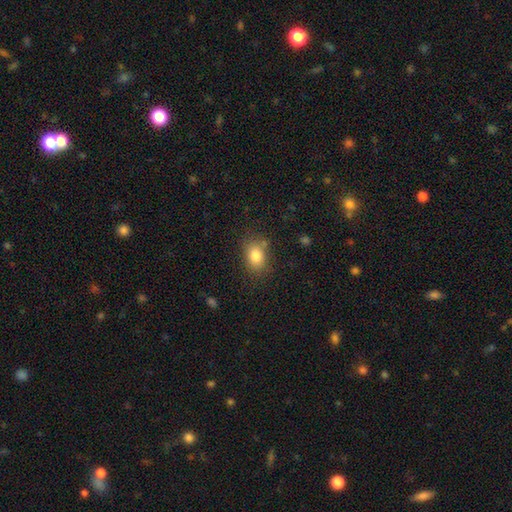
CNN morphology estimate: smooth-or-featured: smooth: 82% | star or artifact: 10% | featured or disk: 8%
  how-rounded: in between: 71% | round: 28% | cigar-shaped: 1%
  merging: none: 75% | minor disturbance: 15% | merger: 5% | major disturbance: 4%